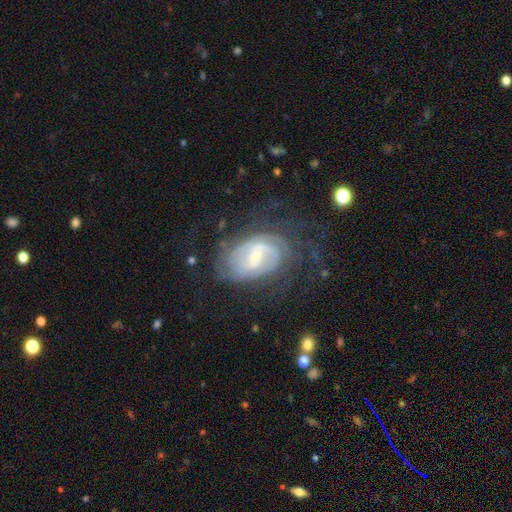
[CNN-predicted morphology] This is clearly a featured or disk galaxy (82%). It is clearly not viewed edge-on (97%). Bar: possibly weak (53%). Spiral arm pattern: clearly yes (92%). Spiral arm count: marginally can't tell (39%). Spiral winding: possibly tight (59%). Central bulge: likely small (67%). Merging: possibly none (59%).